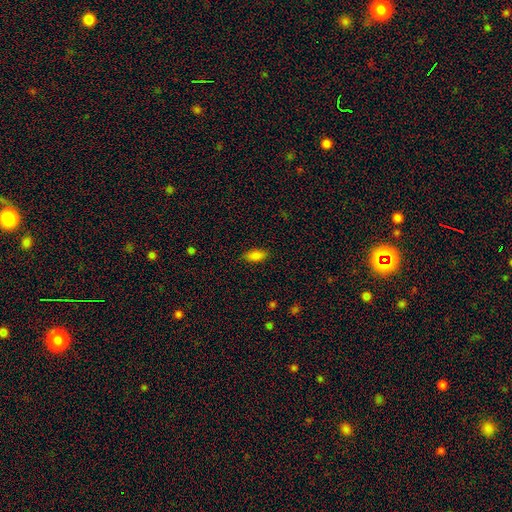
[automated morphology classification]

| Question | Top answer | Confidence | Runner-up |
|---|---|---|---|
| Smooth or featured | smooth | 86% | star or artifact (9%) |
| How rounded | in between | 88% | cigar-shaped (9%) |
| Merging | none | 87% | minor disturbance (10%) |